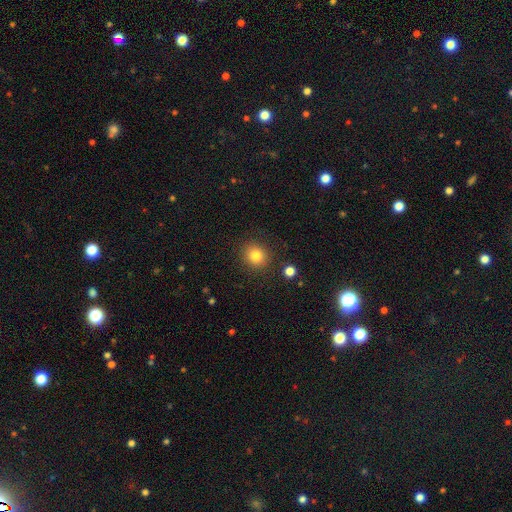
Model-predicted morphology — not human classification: Smooth or featured: smooth — 82% (star or artifact — 11%)
How rounded: round — 86% (in between — 13%)
Merging: none — 89% (minor disturbance — 7%)